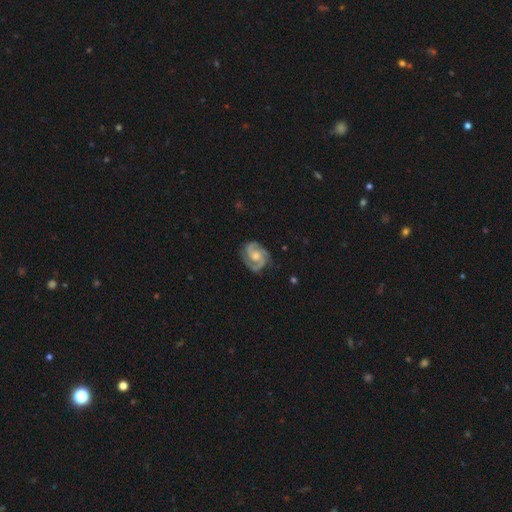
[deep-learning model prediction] Smooth or featured? featured or disk (89%)
Edge-on disk? no (98%)
Bar? no (61%)
Spiral arms? yes (98%)
Spiral winding? medium (49%)
Spiral arm count? 2 (58%)
Bulge size? moderate (55%)
Merging? none (78%)